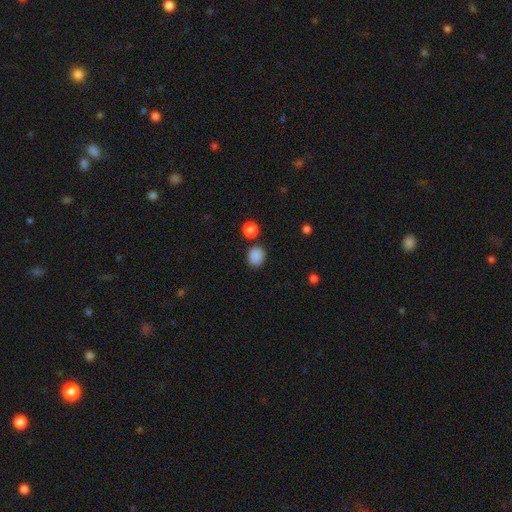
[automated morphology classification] smooth-or-featured: smooth: 85% | star or artifact: 11% | featured or disk: 4%
  how-rounded: round: 72% | in between: 27% | cigar-shaped: 1%
  merging: none: 82% | minor disturbance: 11% | merger: 4% | major disturbance: 3%